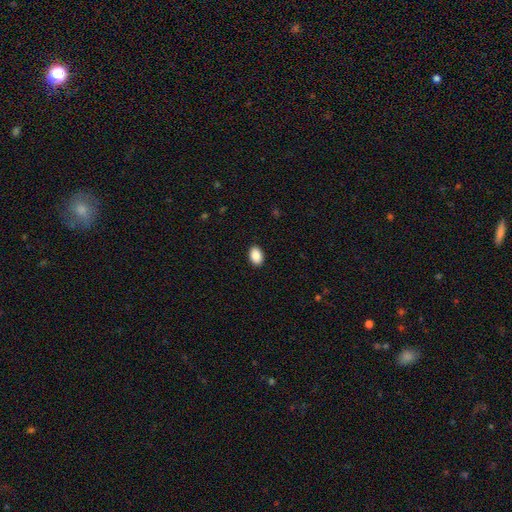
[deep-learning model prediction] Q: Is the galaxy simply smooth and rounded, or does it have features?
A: smooth — 89%.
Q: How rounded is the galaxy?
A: in between — 87%.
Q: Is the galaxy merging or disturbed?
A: none — 91%.